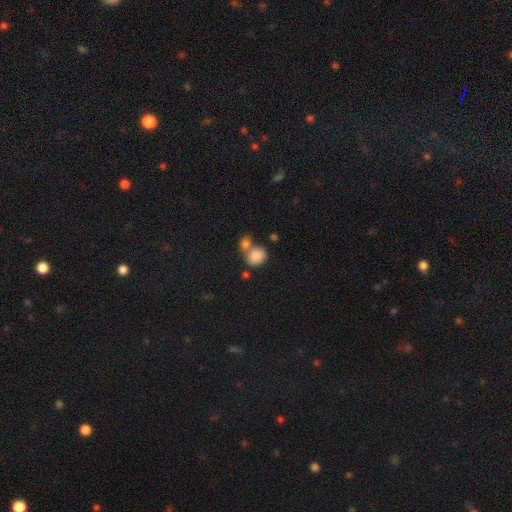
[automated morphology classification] type=smooth (85%); roundness=round (60%); merging=none (43%).